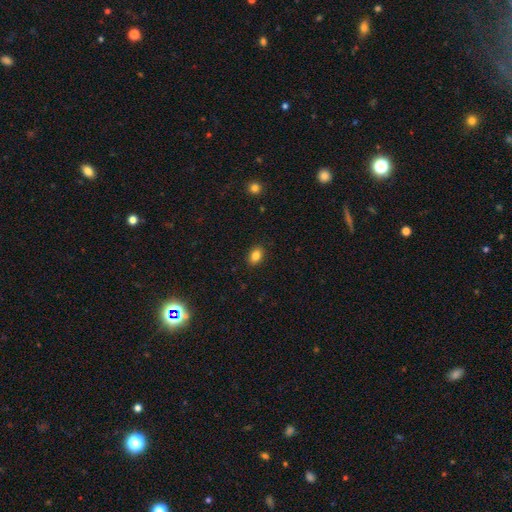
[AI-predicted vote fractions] Q: Smooth or featured?
A: smooth (84%); runner-up: star or artifact (10%)
Q: How rounded?
A: in between (80%); runner-up: round (18%)
Q: Merging?
A: none (89%); runner-up: minor disturbance (8%)